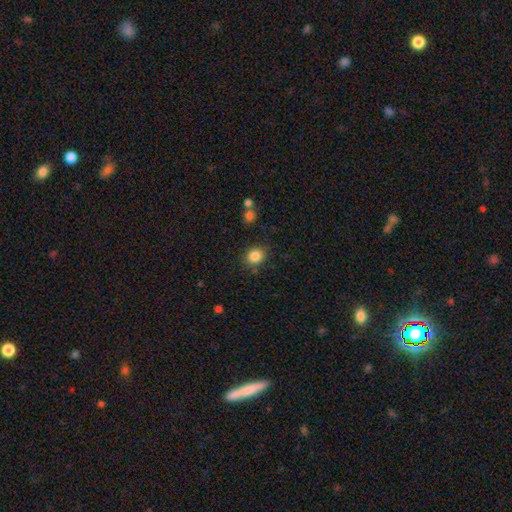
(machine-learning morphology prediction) A smooth galaxy with no disk features (85%) that is round (72%).

Vote fractions:
- Smooth or featured? smooth: 85% / star or artifact: 10% / featured or disk: 5%
- How rounded? round: 72% / in between: 27% / cigar-shaped: 1%
- Merging? none: 83% / minor disturbance: 11% / major disturbance: 3% / merger: 3%